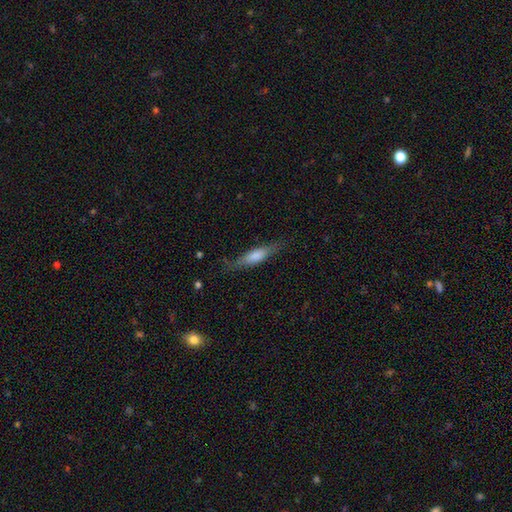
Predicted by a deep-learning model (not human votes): The model was most divided on "how rounded": cigar-shaped: 65%, in between: 33%, round: 2%. More confident: merging — none (74%); smooth or featured — smooth (64%).